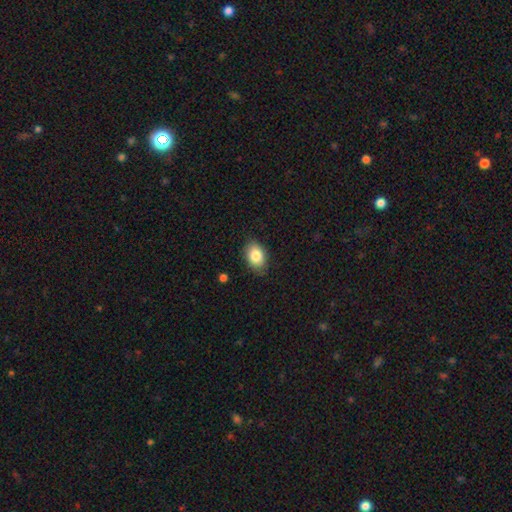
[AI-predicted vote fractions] A smooth galaxy with no disk features (84%) that is in between round and cigar-shaped (82%). Merging: none (83%).